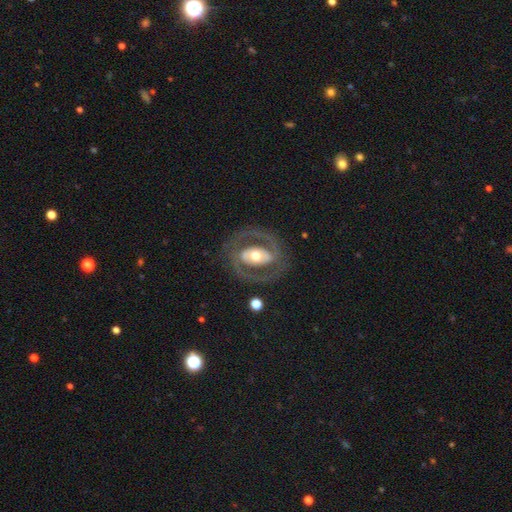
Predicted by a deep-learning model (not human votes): smooth_or_featured: featured or disk (p=0.78) [alt: smooth p=0.17]
disk_edge_on: no (p=0.96) [alt: yes p=0.04]
bar: no (p=0.45) [alt: weak p=0.28]
has_spiral_arms: yes (p=0.63) [alt: no p=0.37]
bulge_size: moderate (p=0.66) [alt: large p=0.22]
merging: none (p=0.77) [alt: minor disturbance p=0.12]